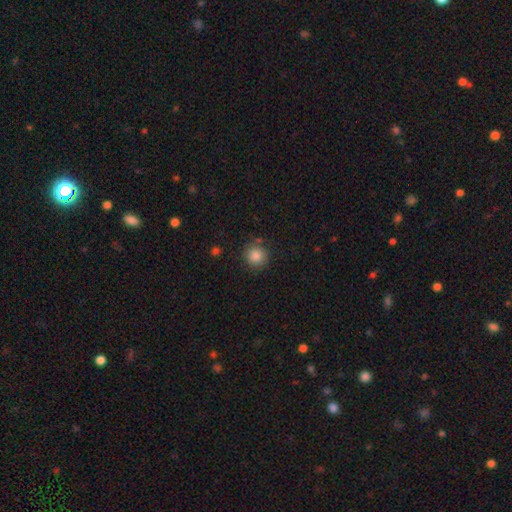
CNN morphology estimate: Smooth or featured?
  - smooth: 86% *
  - star or artifact: 10%
  - featured or disk: 5%
How rounded?
  - round: 92% *
  - in between: 7%
  - cigar-shaped: 1%
Merging?
  - none: 82% *
  - minor disturbance: 11%
  - major disturbance: 3%
  - merger: 3%